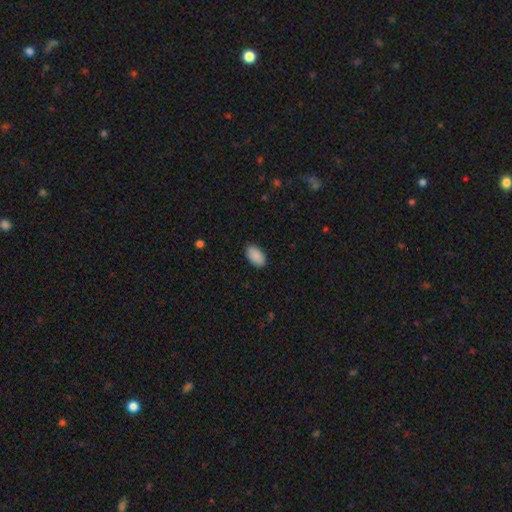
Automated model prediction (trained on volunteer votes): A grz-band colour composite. It shows a smooth galaxy with no disk features (91%) that is in between round and cigar-shaped (95%). Merging: none (89%).